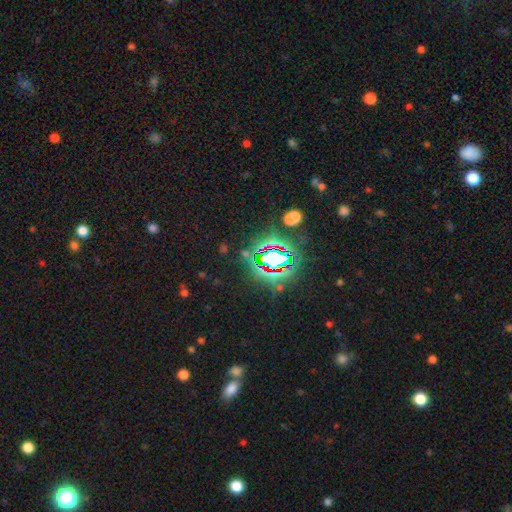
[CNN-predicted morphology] Smooth or featured? star or artifact (85%)